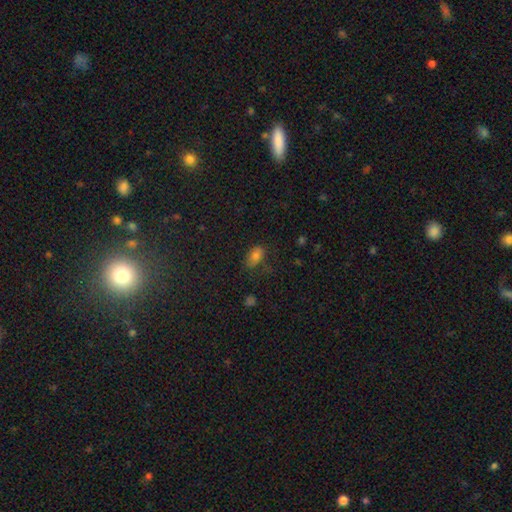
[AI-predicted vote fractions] Morphology: type=smooth (77%); roundness=in between (87%); merging=none (62%).